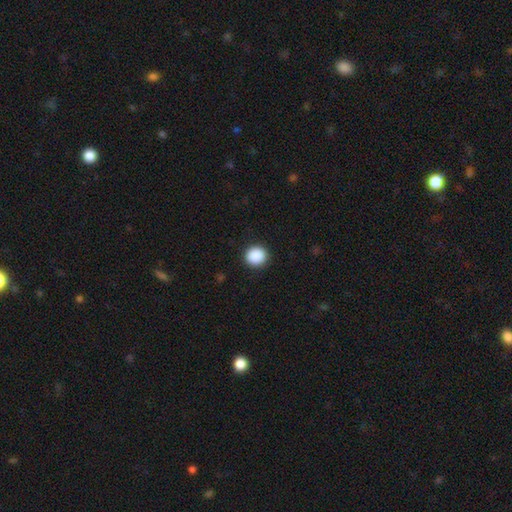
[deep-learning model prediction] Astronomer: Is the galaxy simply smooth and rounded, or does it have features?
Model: smooth — 90%.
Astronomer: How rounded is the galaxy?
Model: round — 90%.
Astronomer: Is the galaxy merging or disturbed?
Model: none — 91%.